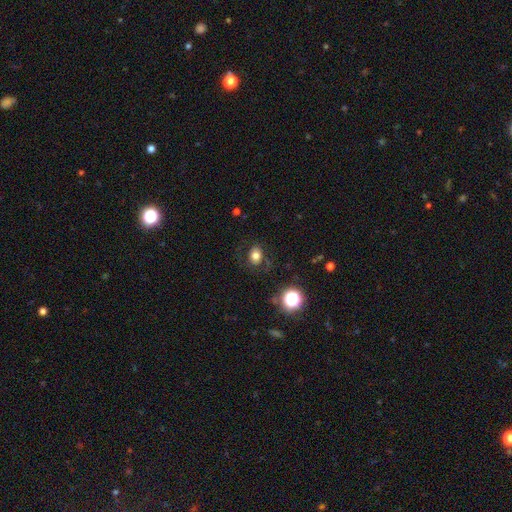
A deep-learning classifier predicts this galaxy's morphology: smooth 73%, star or artifact 14%, featured or disk 13%. Down the decision tree: how rounded — in between (57%); merging — none (76%).